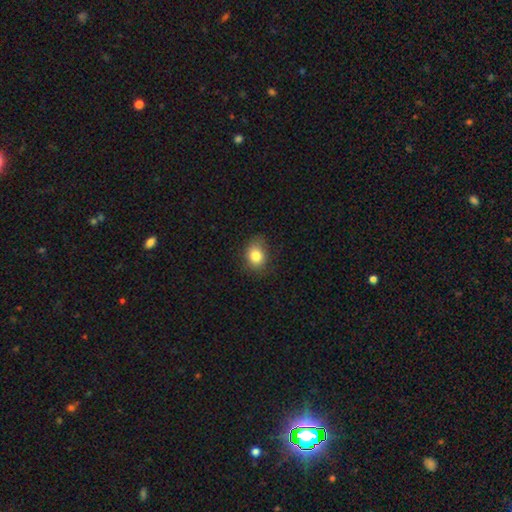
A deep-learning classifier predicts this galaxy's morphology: smooth 83%, star or artifact 10%, featured or disk 8%. Down the decision tree: how rounded — in between (51%); merging — none (71%).